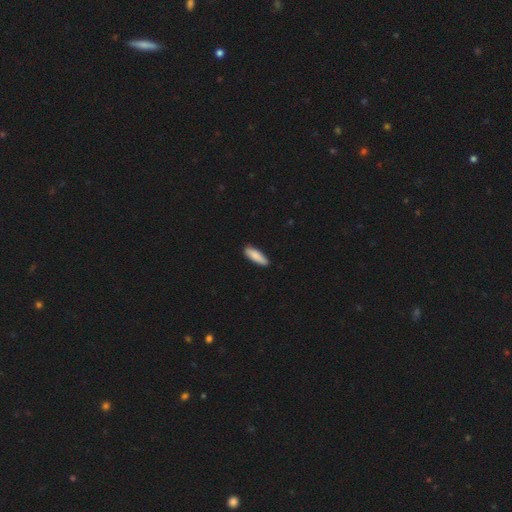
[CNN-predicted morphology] Smooth or featured: smooth — 87% (featured or disk — 8%)
How rounded: cigar-shaped — 49% (tied with in between — 49%)
Merging: none — 86% (minor disturbance — 12%)